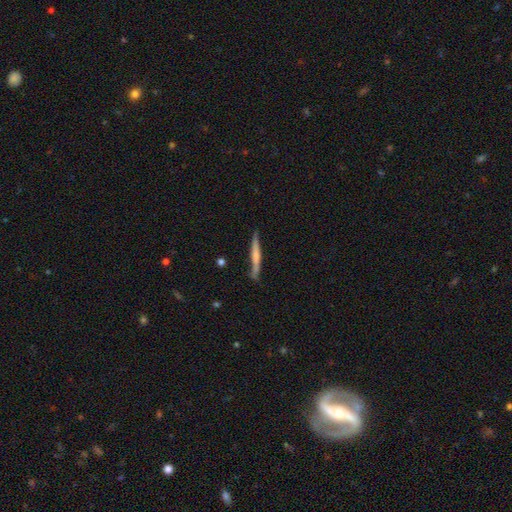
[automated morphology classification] This appears to be a smooth galaxy with no disk features (48%). Merging: none (78%).